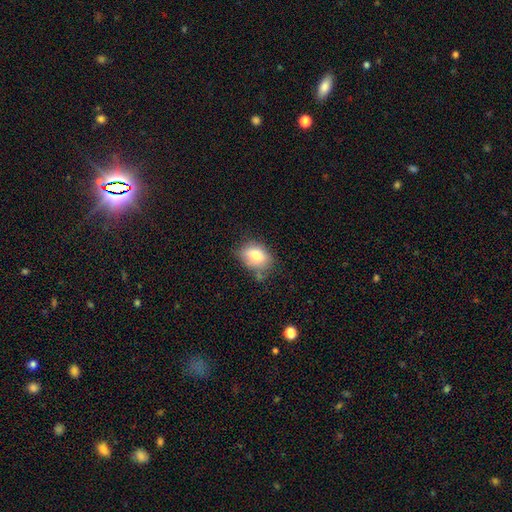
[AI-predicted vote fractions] Q: Smooth or featured?
A: smooth (78%); runner-up: featured or disk (13%)
Q: How rounded?
A: in between (75%); runner-up: round (24%)
Q: Merging?
A: none (61%); runner-up: minor disturbance (27%)